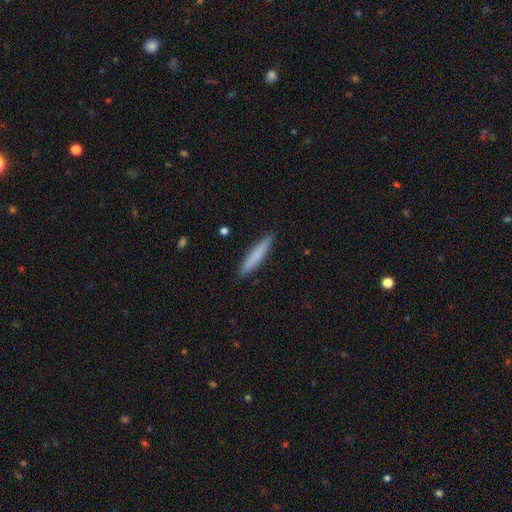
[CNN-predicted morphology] Smooth or featured? smooth (76%)
How rounded? cigar-shaped (93%)
Merging? none (90%)